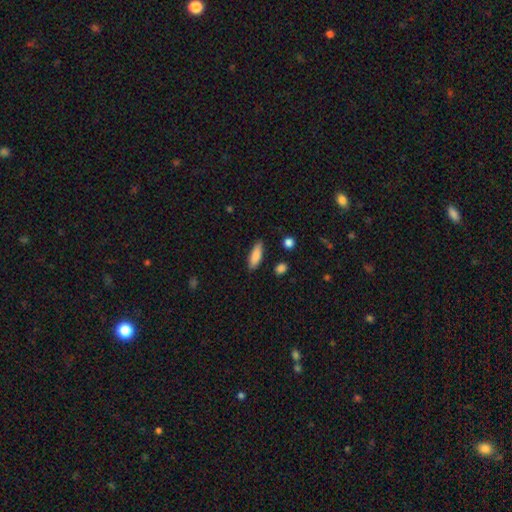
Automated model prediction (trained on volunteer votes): The model was most divided on "how rounded": in between: 62%, cigar-shaped: 36%, round: 2%. More confident: merging — none (86%); smooth or featured — smooth (86%).